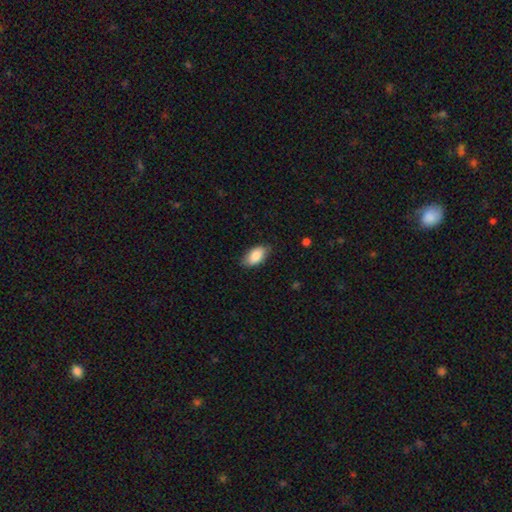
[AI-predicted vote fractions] Smooth or featured? smooth (85%)
How rounded? in between (93%)
Merging? none (79%)